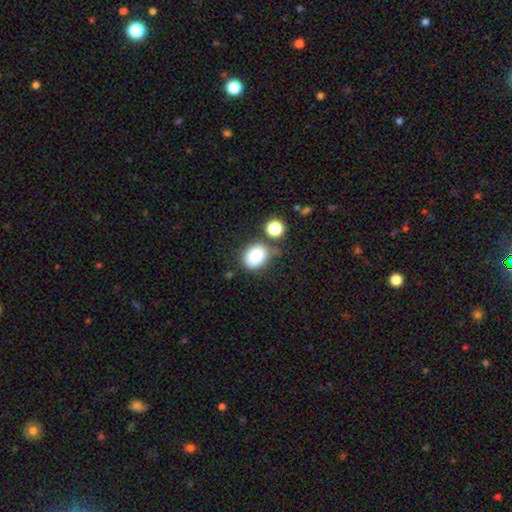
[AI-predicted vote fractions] This is clearly a smooth galaxy (83%). How rounded: possibly in between (59%). Merging: possibly none (60%).